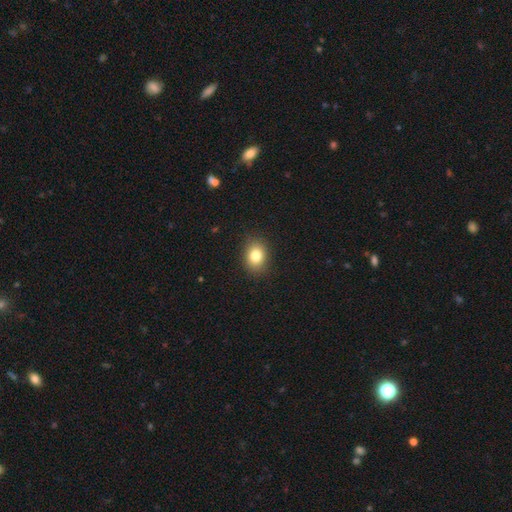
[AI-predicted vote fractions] This appears to be a smooth galaxy with no disk features (82%) that is in between round and cigar-shaped (58%). Merging: none (88%).